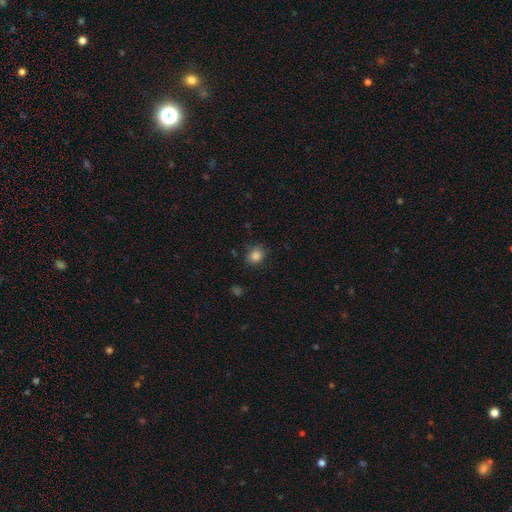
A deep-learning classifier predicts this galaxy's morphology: smooth_or_featured: smooth (p=0.84) [alt: star or artifact p=0.11]
how_rounded: round (p=0.70) [alt: in between p=0.29]
merging: none (p=0.78) [alt: minor disturbance p=0.16]